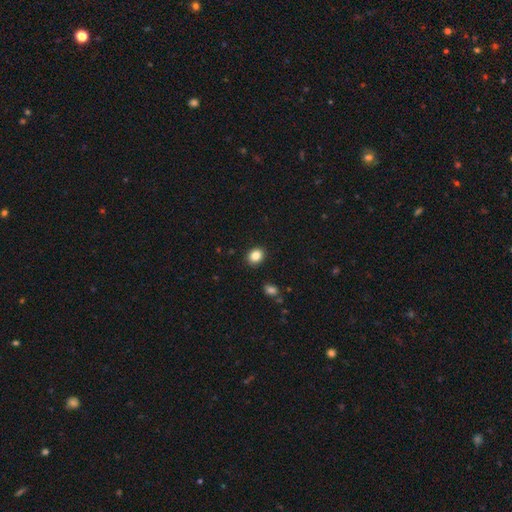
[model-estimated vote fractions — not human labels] smooth_or_featured: smooth (p=0.85) [alt: star or artifact p=0.10]
how_rounded: round (p=0.57) [alt: in between p=0.42]
merging: none (p=0.90) [alt: minor disturbance p=0.07]